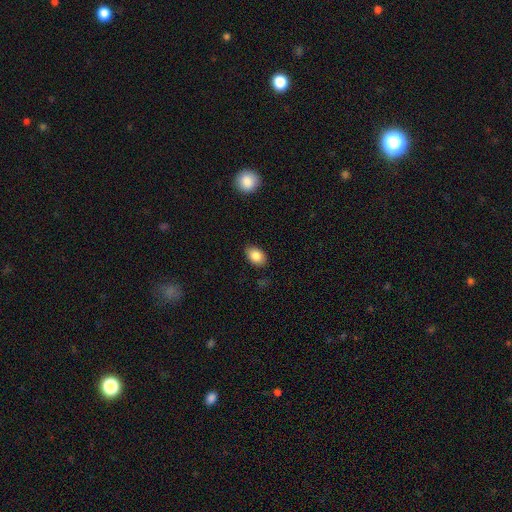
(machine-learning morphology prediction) Smooth or featured? Predicted: smooth (p=0.86). How rounded? Predicted: in between (p=0.86). Merging? Predicted: none (p=0.84).